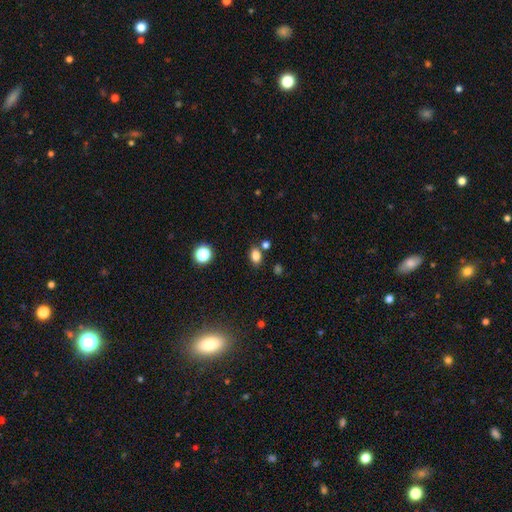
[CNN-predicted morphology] This appears to be a smooth galaxy with no disk features (81%) that is in between round and cigar-shaped (71%). Merging: none (76%).